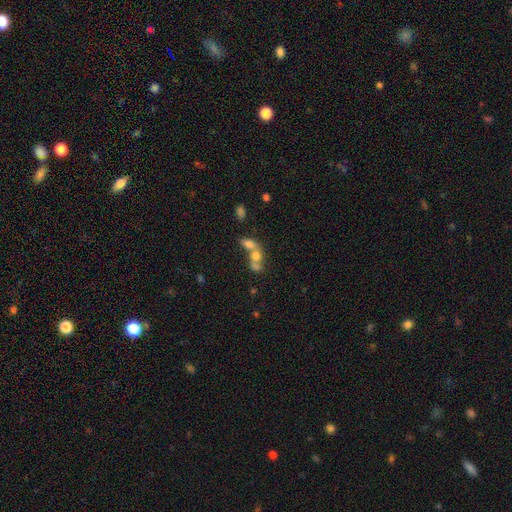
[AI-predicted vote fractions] Smooth or featured?
  - smooth: 64% *
  - featured or disk: 23%
  - star or artifact: 12%
How rounded?
  - in between: 60% *
  - round: 36%
  - cigar-shaped: 4%
Merging?
  - merger: 72% *
  - none: 16%
  - major disturbance: 6%
  - minor disturbance: 6%